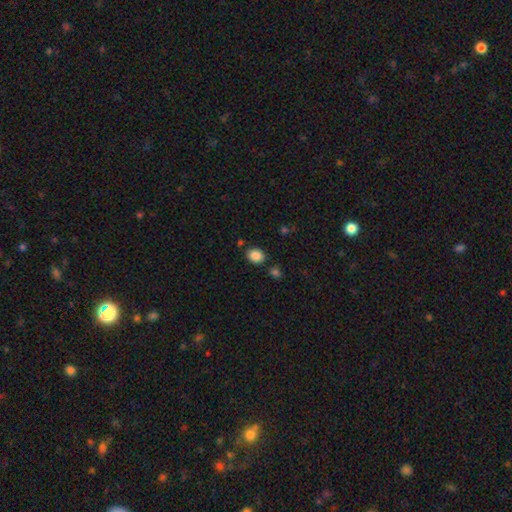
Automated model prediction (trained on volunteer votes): Smooth or featured?
  - smooth: 87% *
  - star or artifact: 9%
  - featured or disk: 4%
How rounded?
  - in between: 57% *
  - round: 42%
  - cigar-shaped: 1%
Merging?
  - none: 81% *
  - minor disturbance: 10%
  - merger: 6%
  - major disturbance: 3%